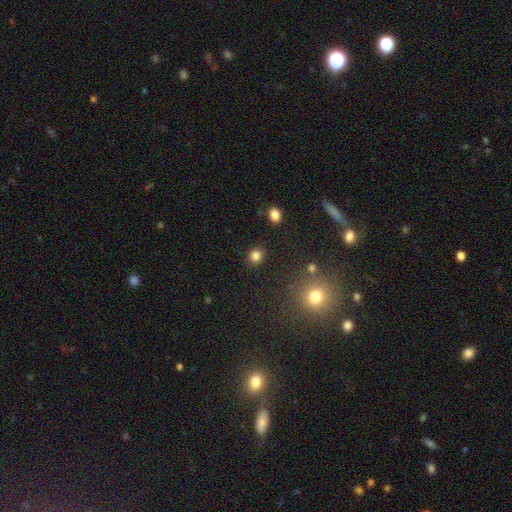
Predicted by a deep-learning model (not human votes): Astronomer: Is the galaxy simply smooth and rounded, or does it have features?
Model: smooth — 83%.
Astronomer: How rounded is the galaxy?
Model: round — 82%.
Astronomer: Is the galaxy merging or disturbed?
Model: none — 89%.